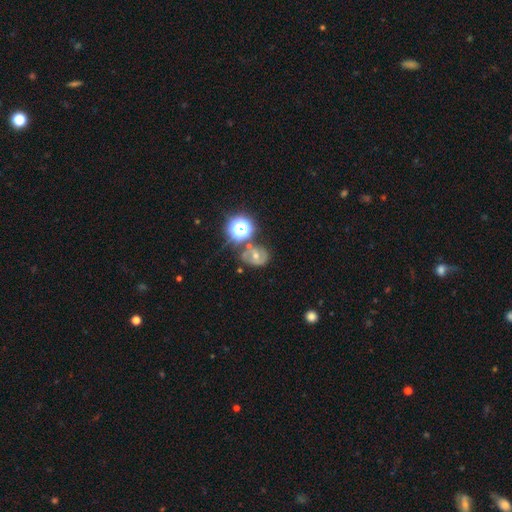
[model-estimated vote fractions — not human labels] featured or disk 45%, star or artifact 31%, smooth 24%. Down the decision tree: merging — none (68%).